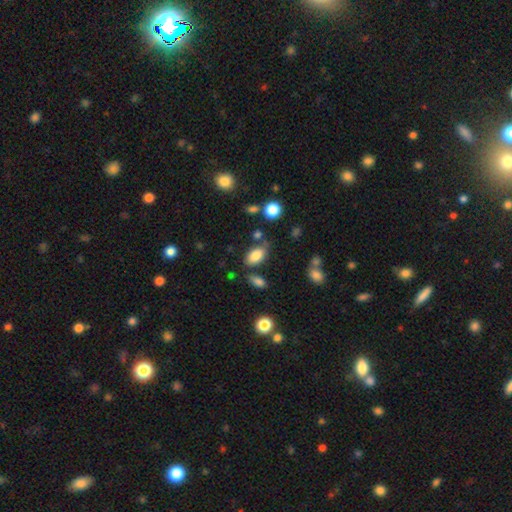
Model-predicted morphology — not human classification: This appears to be a smooth galaxy with no disk features (82%) that is in between round and cigar-shaped (92%). Merging: none (72%).